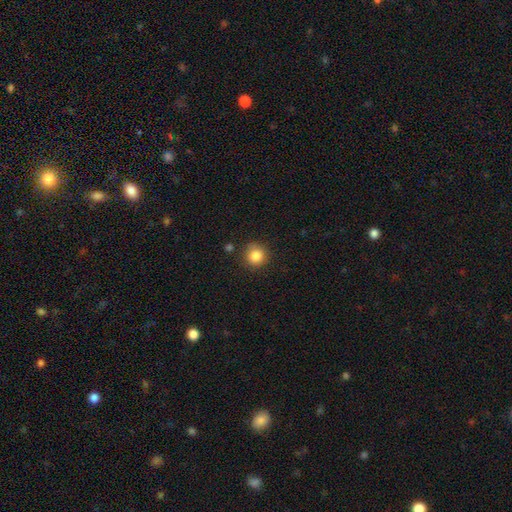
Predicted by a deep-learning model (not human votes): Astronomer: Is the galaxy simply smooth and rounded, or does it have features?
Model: smooth — 85%.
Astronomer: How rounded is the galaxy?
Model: round — 93%.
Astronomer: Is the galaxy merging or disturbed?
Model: none — 84%.